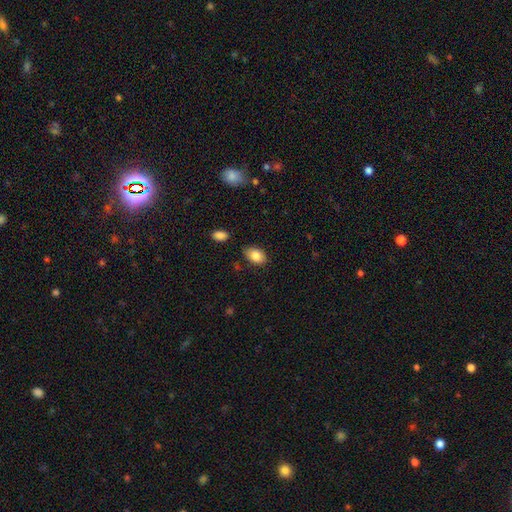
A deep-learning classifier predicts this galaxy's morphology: smooth-or-featured: smooth: 85% | star or artifact: 8% | featured or disk: 7%
  how-rounded: in between: 86% | round: 13% | cigar-shaped: 1%
  merging: none: 81% | minor disturbance: 14% | major disturbance: 3% | merger: 2%